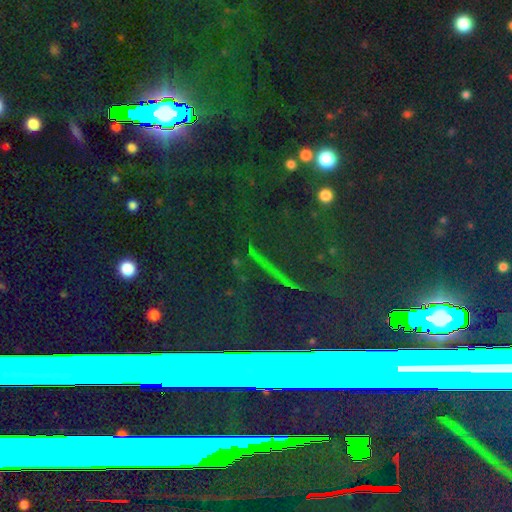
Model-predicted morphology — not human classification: star or artifact 78%, smooth 12%, featured or disk 10%.